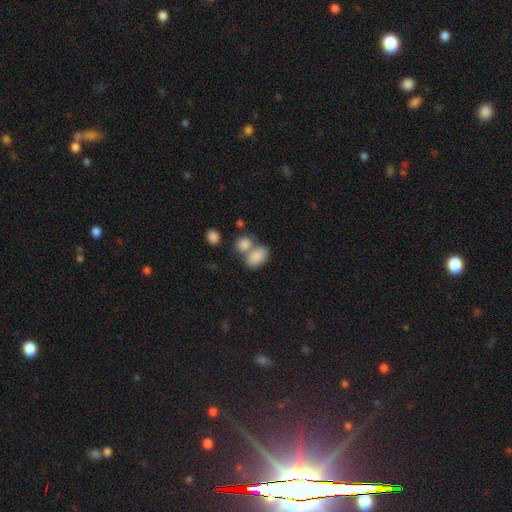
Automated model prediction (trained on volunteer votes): Smooth or featured?
  - smooth: 83% *
  - featured or disk: 9%
  - star or artifact: 8%
How rounded?
  - in between: 85% *
  - round: 13%
  - cigar-shaped: 1%
Merging?
  - merger: 50% *
  - none: 34%
  - minor disturbance: 10%
  - major disturbance: 5%